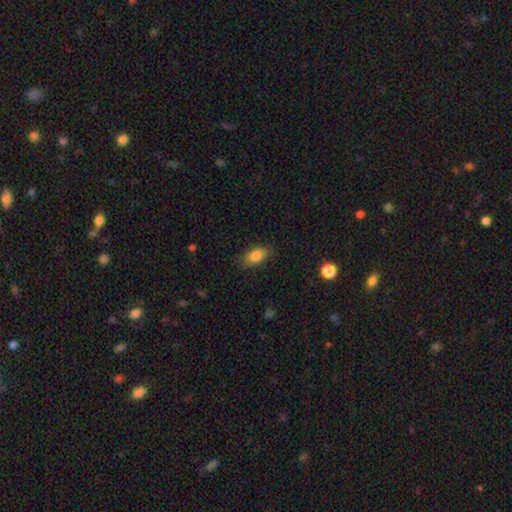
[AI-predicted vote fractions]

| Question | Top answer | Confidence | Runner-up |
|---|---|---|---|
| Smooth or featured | smooth | 84% | star or artifact (8%) |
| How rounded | in between | 87% | round (8%) |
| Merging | none | 80% | minor disturbance (15%) |